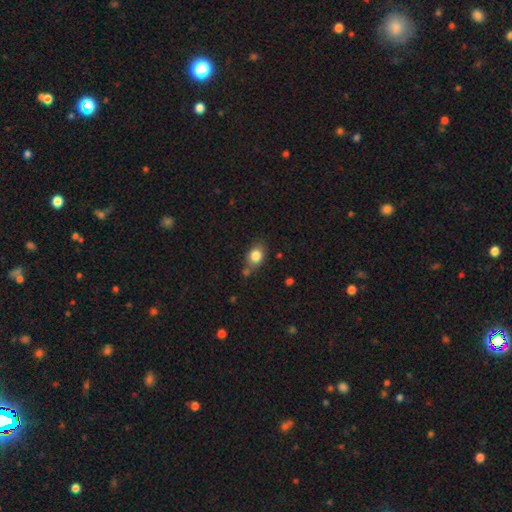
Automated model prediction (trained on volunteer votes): Morphology: type=smooth (83%); roundness=in between (56%); merging=none (65%).